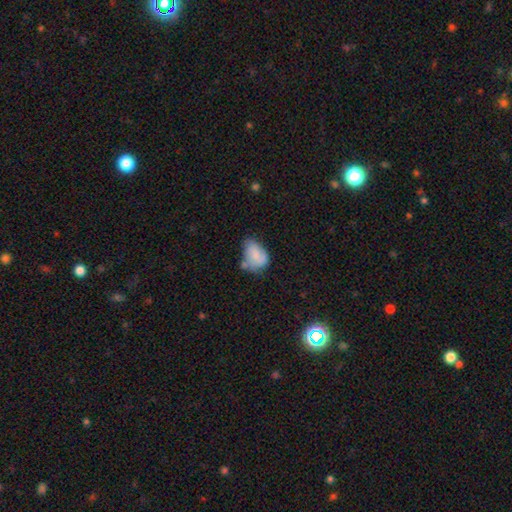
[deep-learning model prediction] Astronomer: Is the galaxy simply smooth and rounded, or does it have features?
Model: smooth — 73%.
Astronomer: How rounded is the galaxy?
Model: in between — 82%.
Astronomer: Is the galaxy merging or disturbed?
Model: minor disturbance — 35% (runner-up: none, 34%).